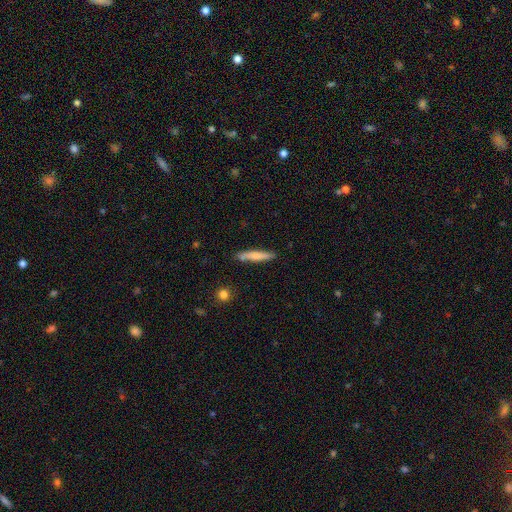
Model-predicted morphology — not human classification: A smooth galaxy with no disk features (63%) that is cigar-shaped (91%). Merging: none (82%).